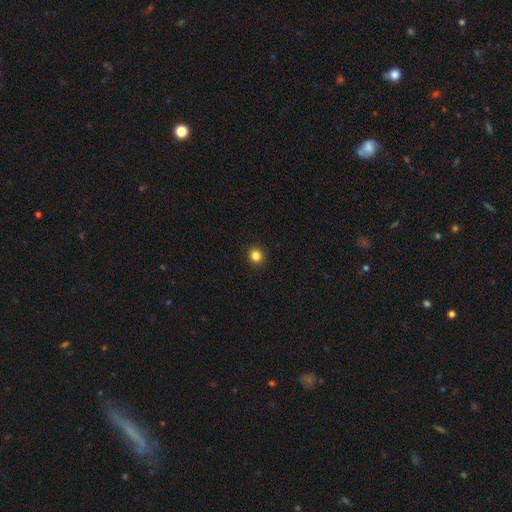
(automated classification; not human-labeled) The model was most divided on "smooth or featured": smooth: 84%, star or artifact: 12%, featured or disk: 4%. More confident: how rounded — round (94%); merging — none (93%).